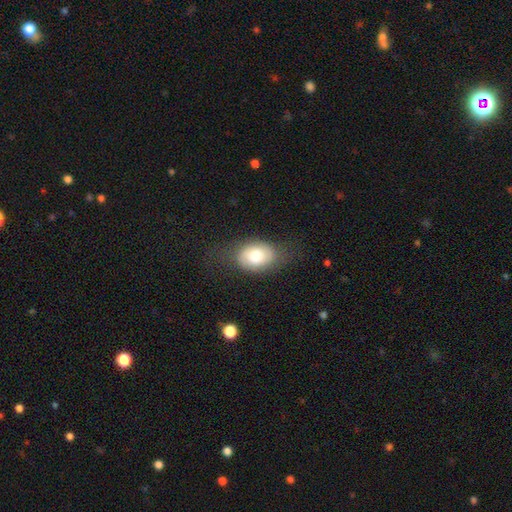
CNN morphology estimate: Smooth or featured? smooth (71%)
How rounded? in between (75%)
Merging? none (68%)